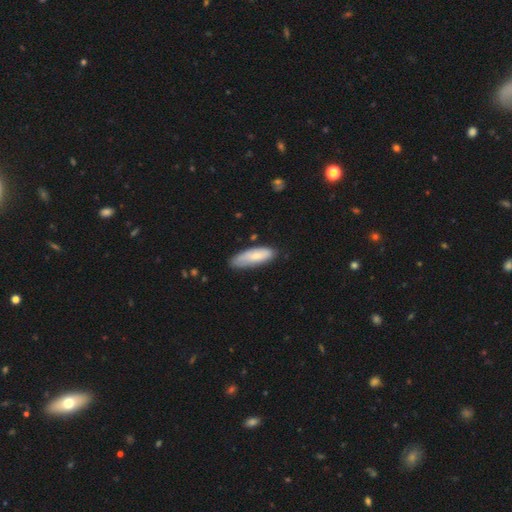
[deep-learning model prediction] This appears to be a smooth galaxy with no disk features (76%) that is in between round and cigar-shaped (51%). Merging: none (71%).